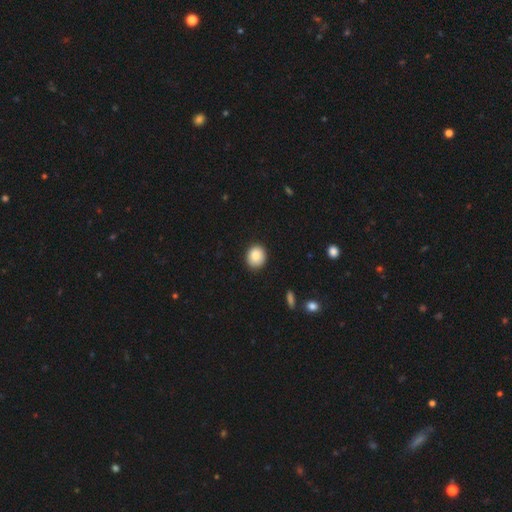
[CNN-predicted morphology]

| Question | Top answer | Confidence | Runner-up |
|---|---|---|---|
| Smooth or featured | smooth | 87% | star or artifact (8%) |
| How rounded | round | 70% | in between (29%) |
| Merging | none | 89% | minor disturbance (9%) |